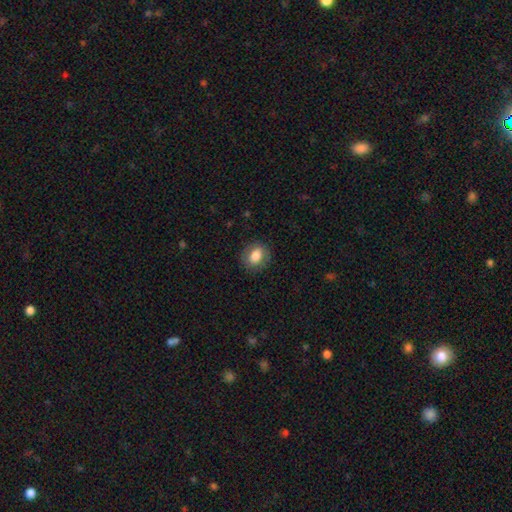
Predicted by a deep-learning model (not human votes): This appears to be a smooth galaxy with no disk features (80%) that is in between round and cigar-shaped (50%). Merging: none (85%).